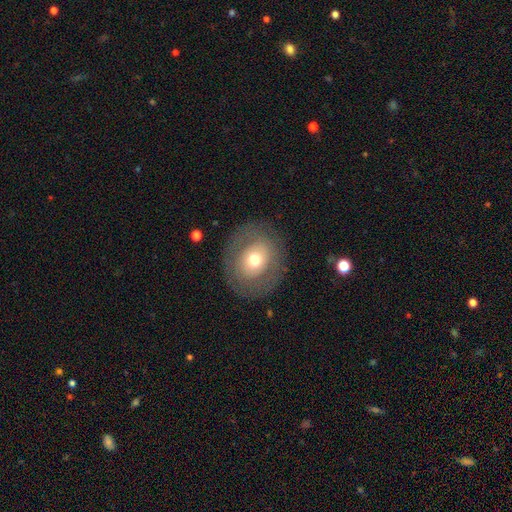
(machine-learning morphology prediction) type=featured or disk (48%); merging=none (85%).